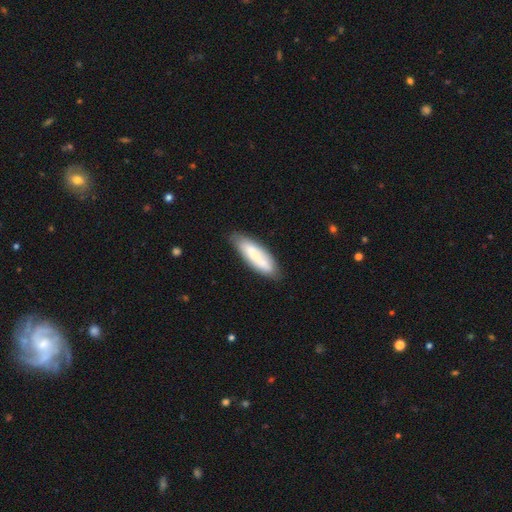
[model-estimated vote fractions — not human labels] Smooth or featured: smooth — 73% (featured or disk — 20%)
How rounded: cigar-shaped — 56% (in between — 42%)
Merging: none — 76% (minor disturbance — 19%)